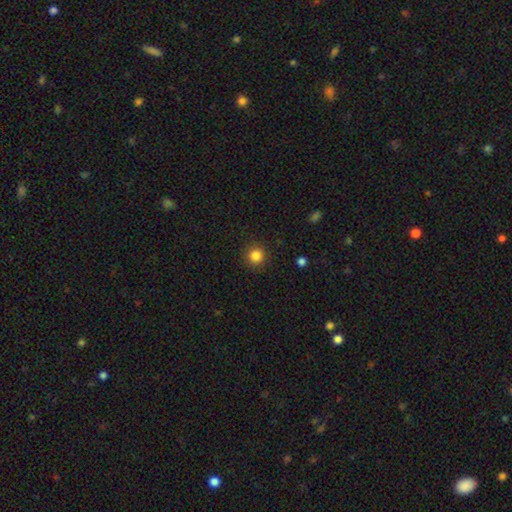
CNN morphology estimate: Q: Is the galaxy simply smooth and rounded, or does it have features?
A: smooth — 84%.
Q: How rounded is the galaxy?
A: round — 94%.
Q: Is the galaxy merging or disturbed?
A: none — 92%.